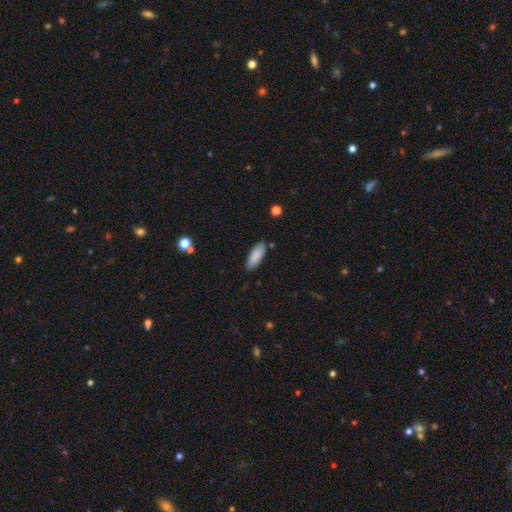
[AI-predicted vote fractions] A smooth galaxy with no disk features (88%) that is in between round and cigar-shaped (71%). Merging: none (86%).